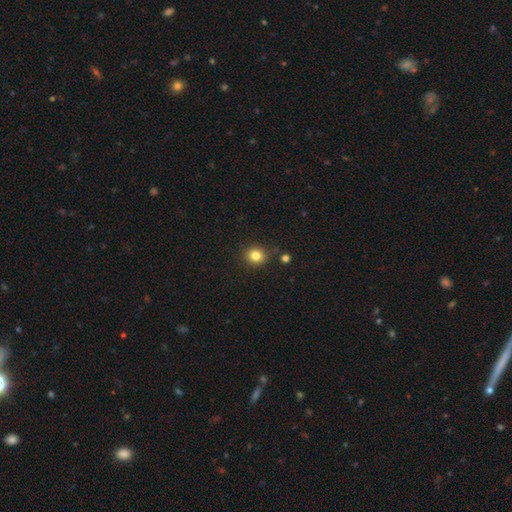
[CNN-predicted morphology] smooth 82%, star or artifact 12%, featured or disk 6%. Down the decision tree: how rounded — round (82%); merging — none (87%).